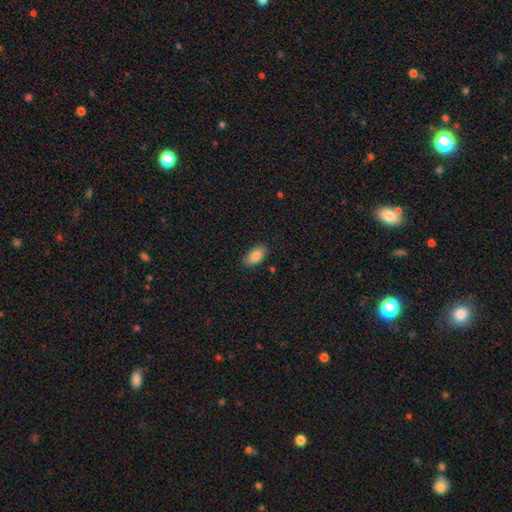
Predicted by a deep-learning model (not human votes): Smooth or featured? Predicted: smooth (p=0.85). How rounded? Predicted: in between (p=0.92). Merging? Predicted: none (p=0.85).